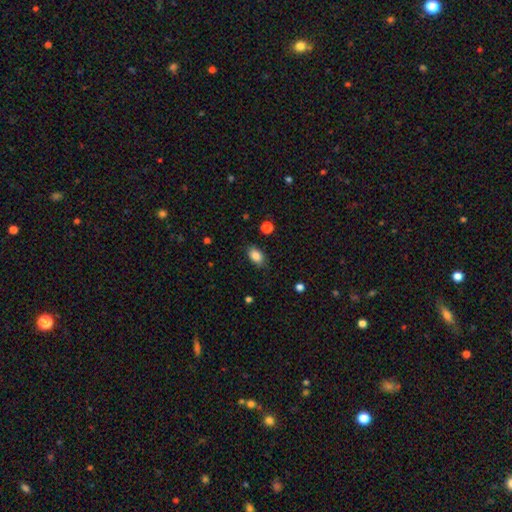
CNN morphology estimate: smooth-or-featured: smooth: 86% | star or artifact: 9% | featured or disk: 5%
  how-rounded: in between: 87% | round: 11% | cigar-shaped: 2%
  merging: none: 83% | minor disturbance: 12% | major disturbance: 3% | merger: 1%